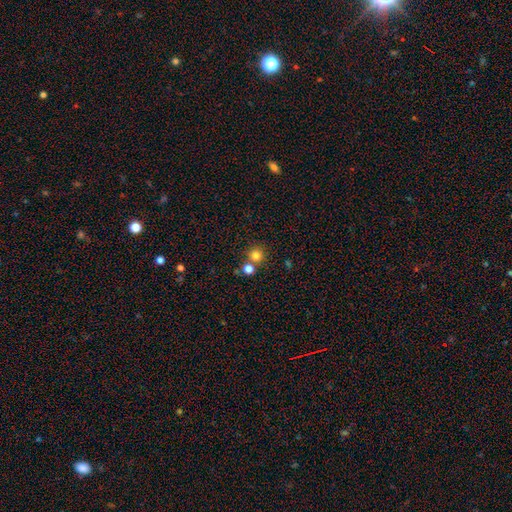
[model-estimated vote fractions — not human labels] Smooth or featured?
  - smooth: 80% *
  - star or artifact: 14%
  - featured or disk: 6%
How rounded?
  - round: 93% *
  - in between: 6%
  - cigar-shaped: 1%
Merging?
  - none: 70% *
  - merger: 21%
  - minor disturbance: 6%
  - major disturbance: 3%